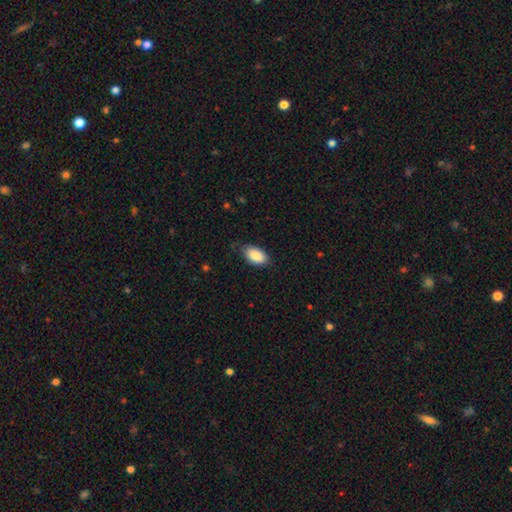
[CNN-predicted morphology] Smooth or featured? Predicted: smooth (p=0.88). How rounded? Predicted: in between (p=0.94). Merging? Predicted: none (p=0.76).